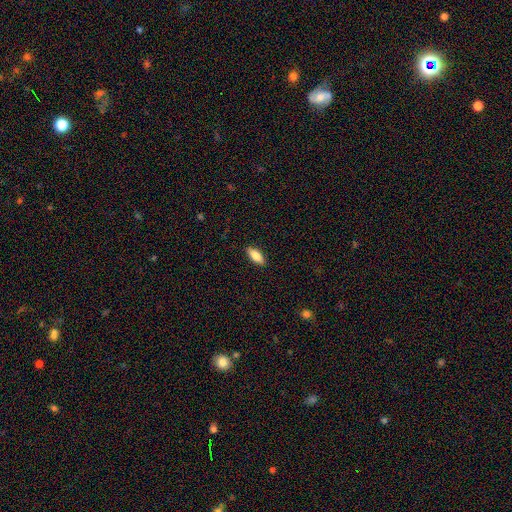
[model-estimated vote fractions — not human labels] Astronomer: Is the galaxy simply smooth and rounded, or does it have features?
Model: smooth — 81%.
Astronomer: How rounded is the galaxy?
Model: in between — 79%.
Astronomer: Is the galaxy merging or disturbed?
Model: none — 89%.